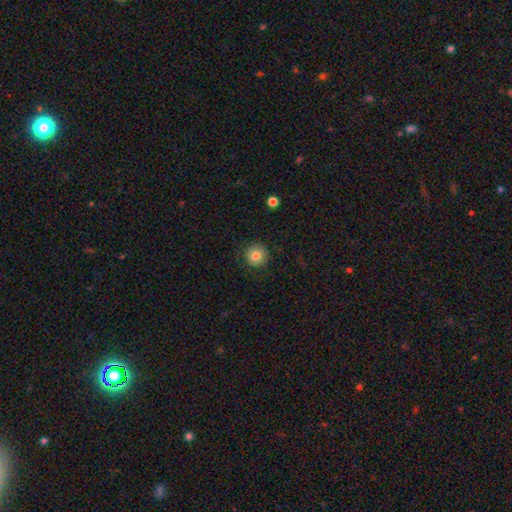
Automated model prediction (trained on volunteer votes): Smooth or featured? smooth (82%)
How rounded? round (95%)
Merging? none (88%)